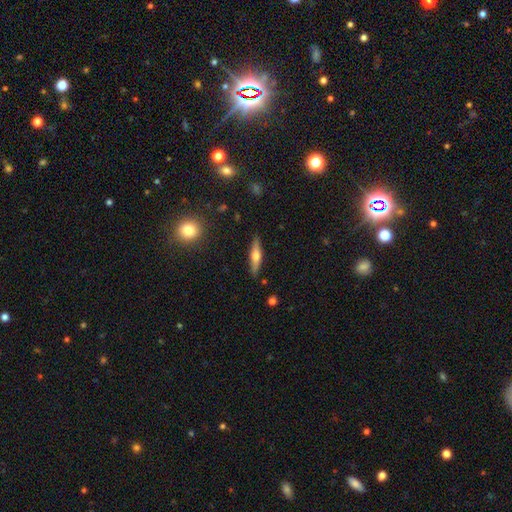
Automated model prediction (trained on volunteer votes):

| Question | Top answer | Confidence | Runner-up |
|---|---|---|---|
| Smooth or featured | featured or disk | 55% | smooth (39%) |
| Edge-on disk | yes | 95% | no (5%) |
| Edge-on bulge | rounded | 89% | boxy (7%) |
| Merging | none | 89% | minor disturbance (8%) |